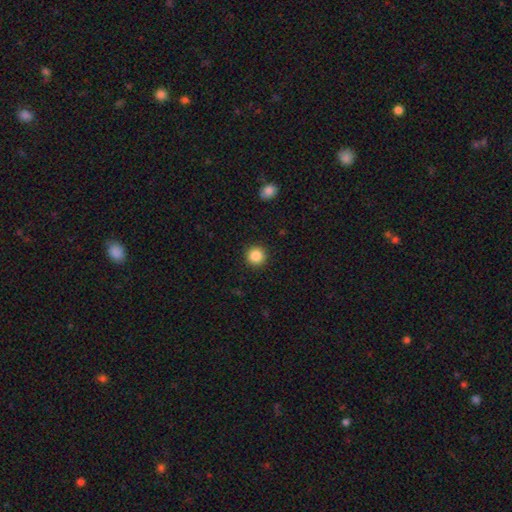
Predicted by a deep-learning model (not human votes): Smooth or featured? Predicted: smooth (p=0.87). How rounded? Predicted: round (p=0.96). Merging? Predicted: none (p=0.92).